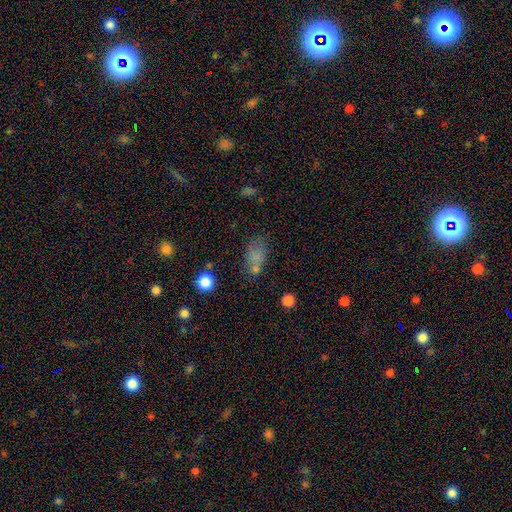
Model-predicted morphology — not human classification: smooth-or-featured: smooth: 71% | star or artifact: 15% | featured or disk: 14%
  how-rounded: in between: 82% | round: 16% | cigar-shaped: 3%
  merging: none: 47% | minor disturbance: 22% | merger: 17% | major disturbance: 13%